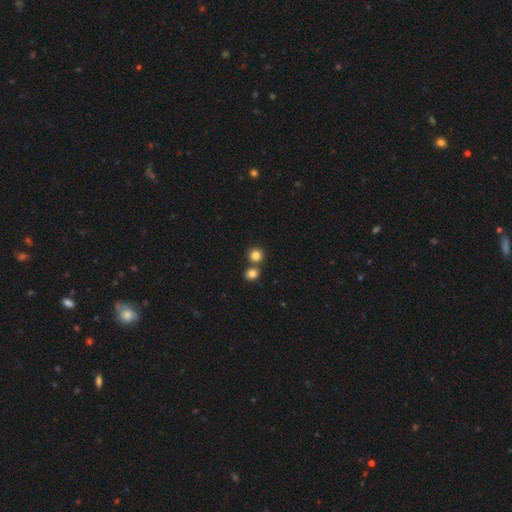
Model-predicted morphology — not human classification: smooth 83%, star or artifact 11%, featured or disk 5%. Down the decision tree: how rounded — round (89%); merging — none (63%).